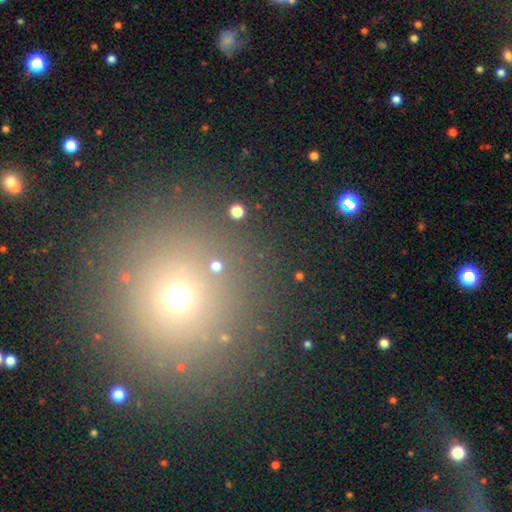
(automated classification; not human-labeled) This appears to be a smooth galaxy with no disk features (57%) that is round (93%). Merging: none (87%).